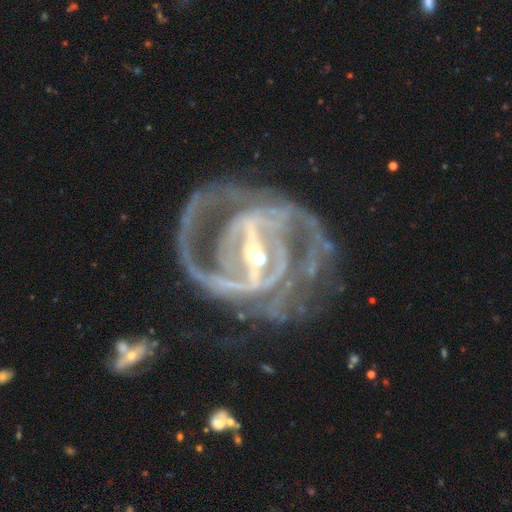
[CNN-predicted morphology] A featured or disk galaxy (91%) with a strong bar (74%), 2 (56%) medium (44%) spiral arms (92%) and a small central bulge (74%).

Vote fractions:
- Smooth or featured? featured or disk: 91% / star or artifact: 6% / smooth: 4%
- Edge-on disk? no: 97% / yes: 3%
- Bar? strong: 74% / weak: 17% / no: 8%
- Spiral arms? yes: 92% / no: 8%
- Spiral winding? medium: 44% / tight: 41% / loose: 15%
- Spiral arm count? 2: 56% / can't tell: 14% / 3: 12% / 1: 6% / 4: 6% / more than 4: 5%
- Bulge size? small: 74% / moderate: 20% / large: 3% / none: 2% / dominant: 1%
- Merging? none: 50% / major disturbance: 26% / minor disturbance: 17% / merger: 7%